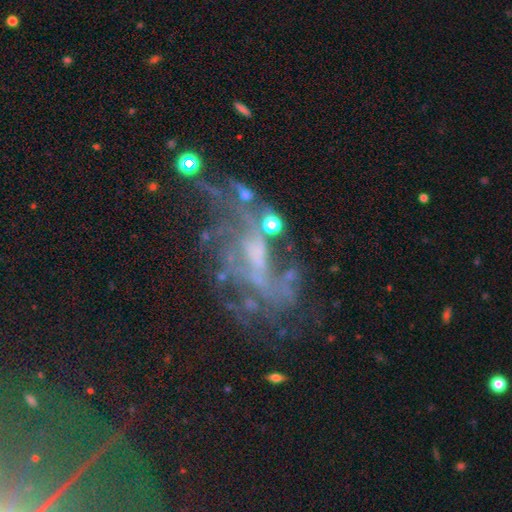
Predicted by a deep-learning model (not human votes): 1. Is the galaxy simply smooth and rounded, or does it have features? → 72% featured or disk, 18% star or artifact, 10% smooth.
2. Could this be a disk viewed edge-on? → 95% no, 5% yes.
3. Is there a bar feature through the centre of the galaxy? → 46% no, 39% weak, 15% strong.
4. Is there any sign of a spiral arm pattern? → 72% yes, 28% no.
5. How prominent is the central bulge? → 35% small, 31% none, 28% moderate, 4% large, 2% dominant.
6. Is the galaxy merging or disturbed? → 39% none, 35% major disturbance, 18% minor disturbance, 8% merger.